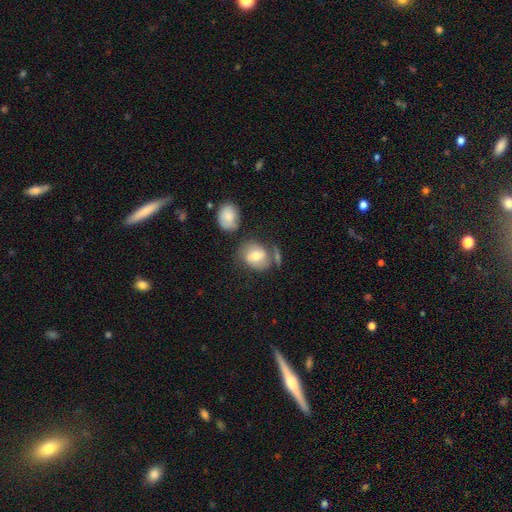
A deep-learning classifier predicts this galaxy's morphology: The model was most divided on "how rounded": round: 51%, in between: 48%, cigar-shaped: 1%. Remaining: smooth or featured — smooth (56%); merging — none (48%).